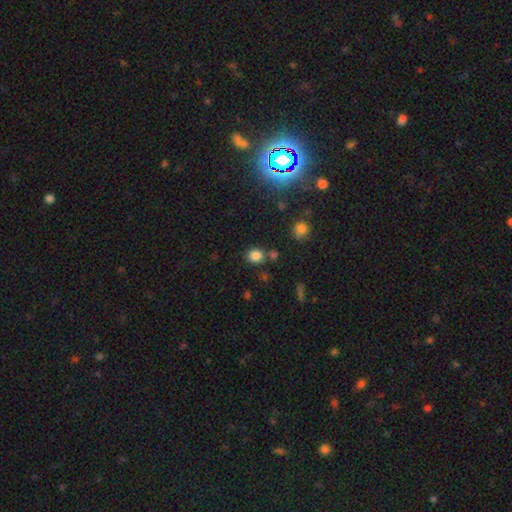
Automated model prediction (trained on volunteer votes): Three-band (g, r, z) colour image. It shows a smooth galaxy with no disk features (81%) that is round (71%). Merging: none (74%).